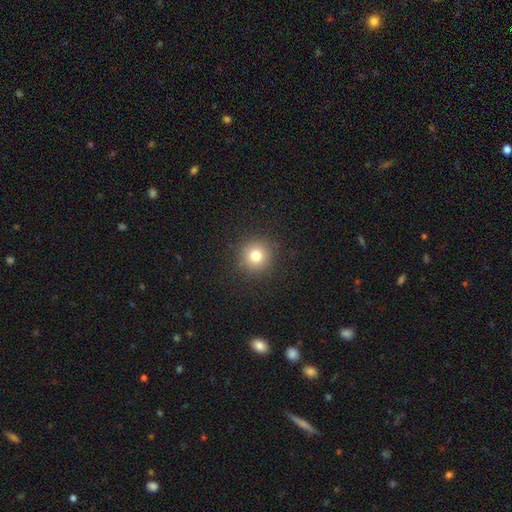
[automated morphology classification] Smooth or featured: smooth — 79% (star or artifact — 13%)
How rounded: round — 94% (in between — 5%)
Merging: none — 90% (minor disturbance — 6%)